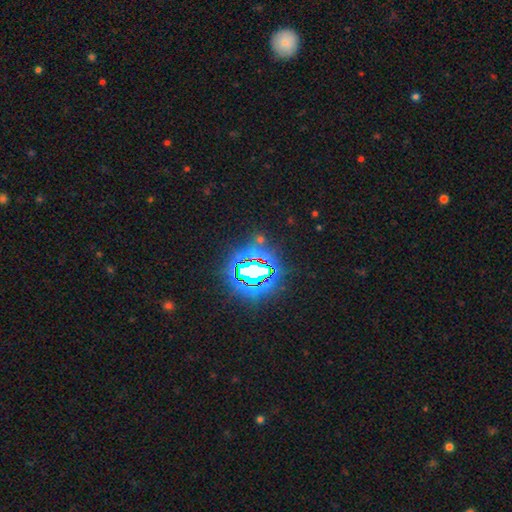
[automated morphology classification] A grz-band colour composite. It shows a star or artifact, not a galaxy (83%).